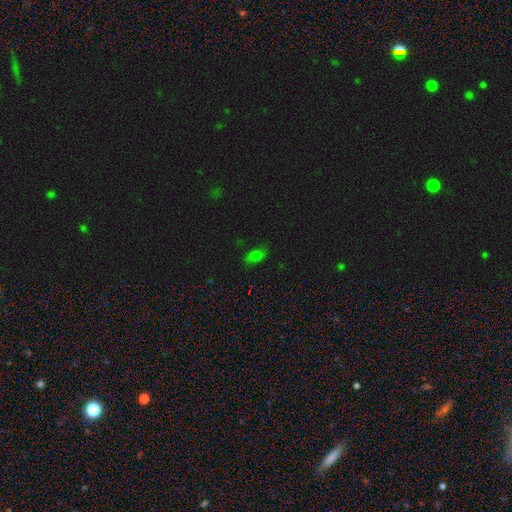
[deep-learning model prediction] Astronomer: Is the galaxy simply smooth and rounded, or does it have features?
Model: smooth — 67%.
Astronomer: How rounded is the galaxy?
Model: in between — 85%.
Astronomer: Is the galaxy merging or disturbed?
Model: none — 78%.